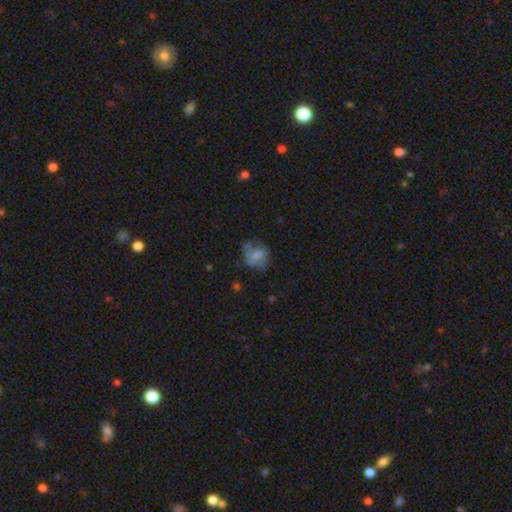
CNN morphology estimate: smooth-or-featured: smooth: 52% | featured or disk: 38% | star or artifact: 10%
  how-rounded: round: 63% | in between: 36% | cigar-shaped: 1%
  merging: none: 55% | minor disturbance: 25% | major disturbance: 18% | merger: 3%